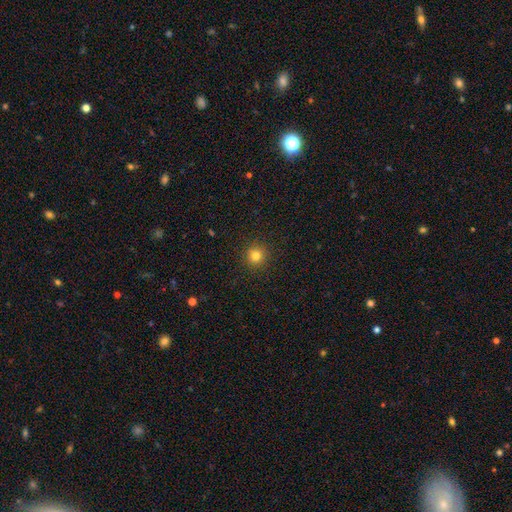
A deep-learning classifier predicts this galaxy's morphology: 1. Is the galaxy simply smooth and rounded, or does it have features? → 81% smooth, 13% star or artifact, 6% featured or disk.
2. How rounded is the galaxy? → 95% round, 4% in between, 1% cigar-shaped.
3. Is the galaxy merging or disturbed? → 92% none, 5% minor disturbance, 2% major disturbance, 1% merger.